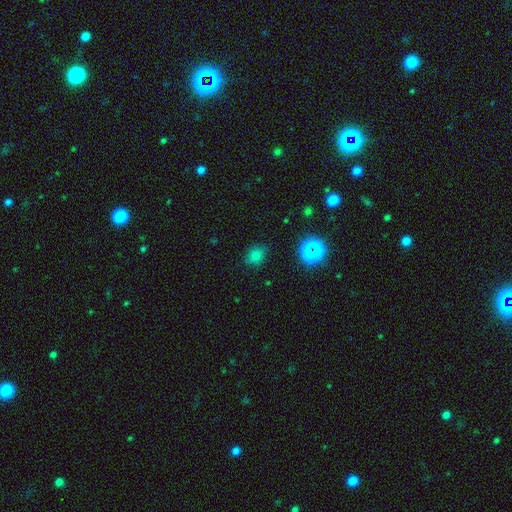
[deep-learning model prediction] This is likely a smooth galaxy (75%). How rounded: possibly round (53%). Merging: likely none (77%).